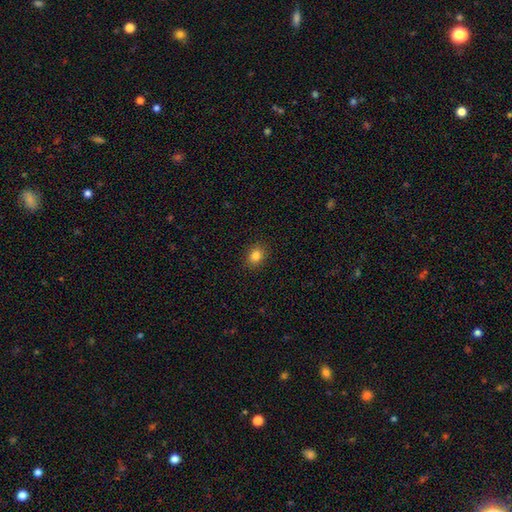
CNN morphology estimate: Smooth or featured: smooth — 83% (star or artifact — 11%)
How rounded: in between — 52% (round — 47%)
Merging: none — 90% (minor disturbance — 7%)